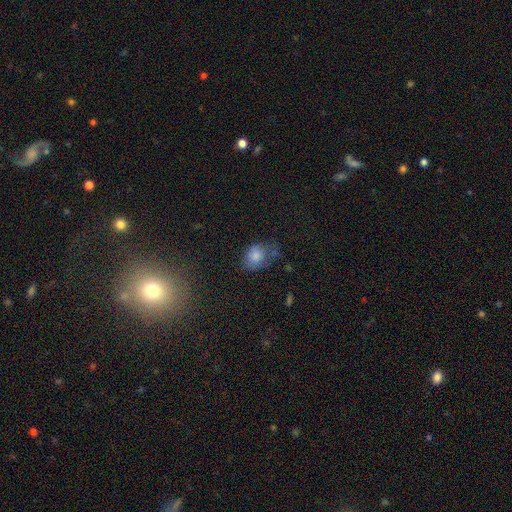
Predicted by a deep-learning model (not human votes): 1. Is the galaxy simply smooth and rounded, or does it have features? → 78% smooth, 11% star or artifact, 11% featured or disk.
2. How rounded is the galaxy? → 62% in between, 37% round, 1% cigar-shaped.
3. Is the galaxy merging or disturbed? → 44% none, 34% minor disturbance, 18% major disturbance, 5% merger.